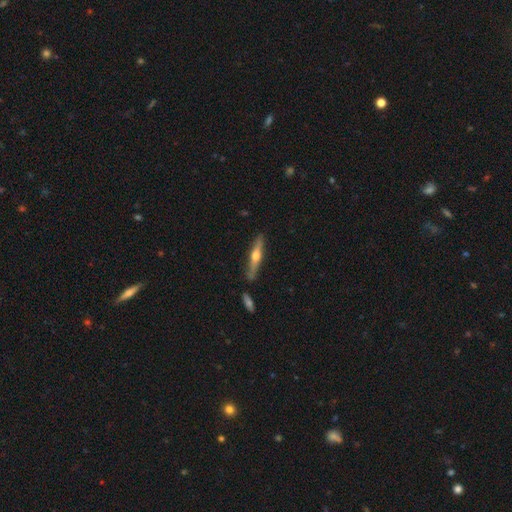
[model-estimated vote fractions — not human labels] Overall: featured or disk (62%; smooth 32%). Edge-on disk: yes (96%). Edge-on bulge: rounded (92%). Merging: none (84%).